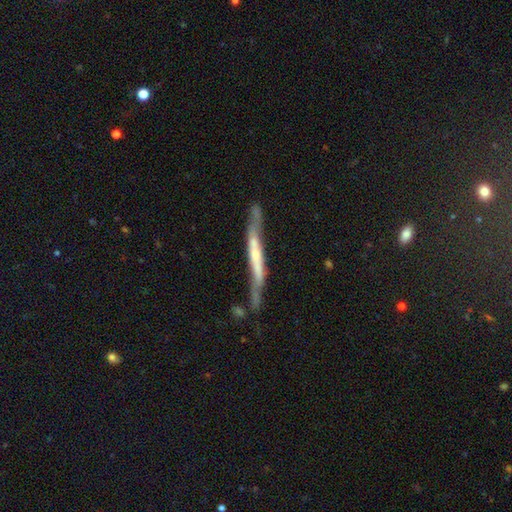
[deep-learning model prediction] Smooth or featured? featured or disk (67%)
Edge-on disk? yes (83%)
Edge-on bulge? none (52%)
Merging? none (53%)